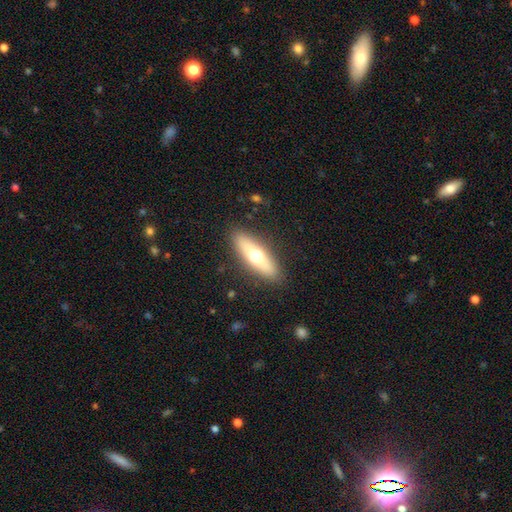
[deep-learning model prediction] A smooth galaxy with no disk features (54%) that is cigar-shaped (50%). Merging: none (88%).